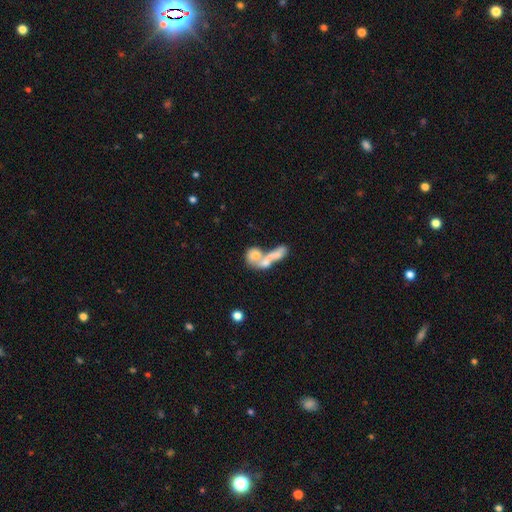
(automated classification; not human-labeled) Smooth or featured: smooth — 61% (featured or disk — 29%)
How rounded: in between — 44% (round — 37%)
Merging: merger — 65% (none — 19%)